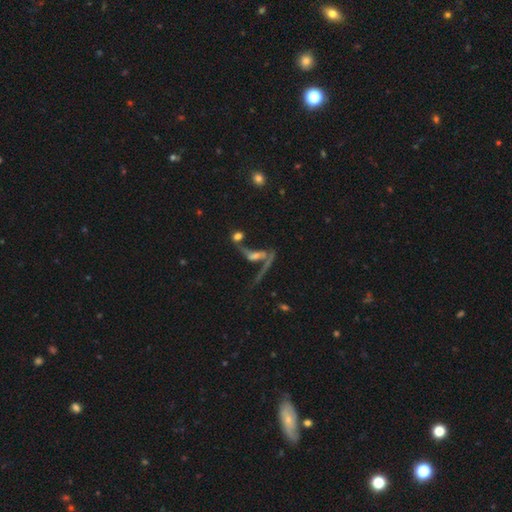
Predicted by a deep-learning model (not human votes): This is possibly a featured or disk galaxy (58%). It is likely not viewed edge-on (71%). Merging: marginally merger (37%).